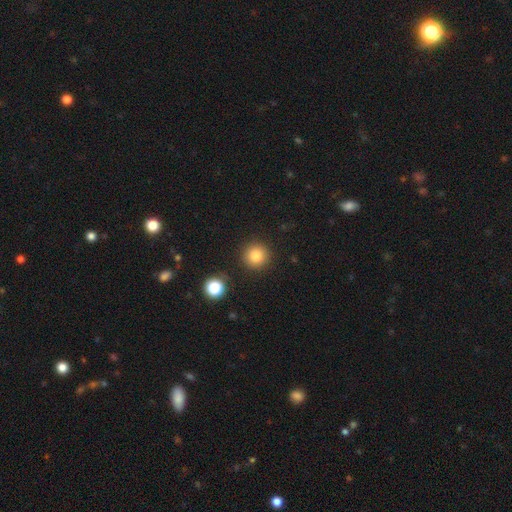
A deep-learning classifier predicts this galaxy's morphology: The model was most divided on "smooth or featured": smooth: 84%, star or artifact: 11%, featured or disk: 5%. More confident: how rounded — round (94%); merging — none (89%).